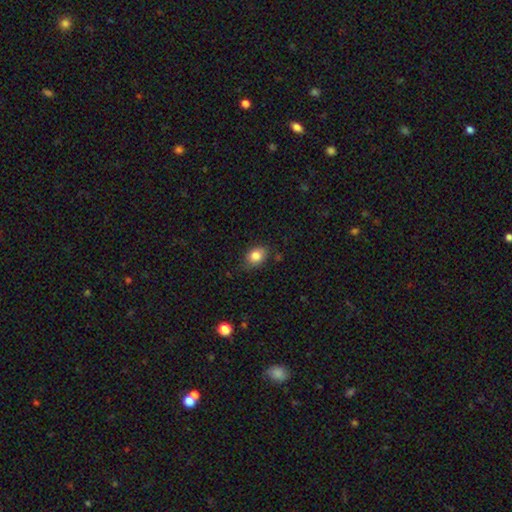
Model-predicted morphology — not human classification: Smooth or featured?
  - smooth: 82% *
  - star or artifact: 9%
  - featured or disk: 8%
How rounded?
  - in between: 65% *
  - round: 34%
  - cigar-shaped: 1%
Merging?
  - none: 75% *
  - minor disturbance: 19%
  - major disturbance: 4%
  - merger: 2%